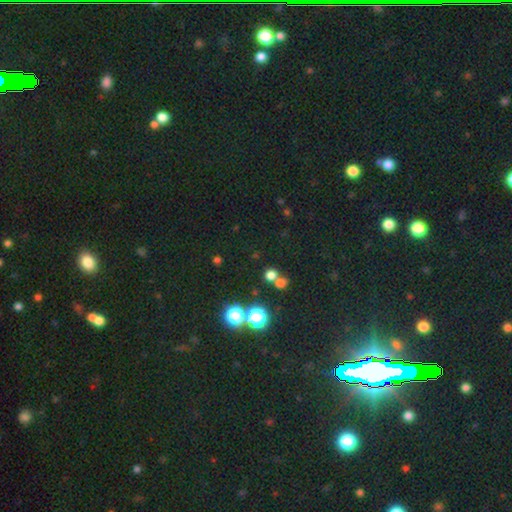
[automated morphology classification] A star or artifact, not a galaxy (73%).